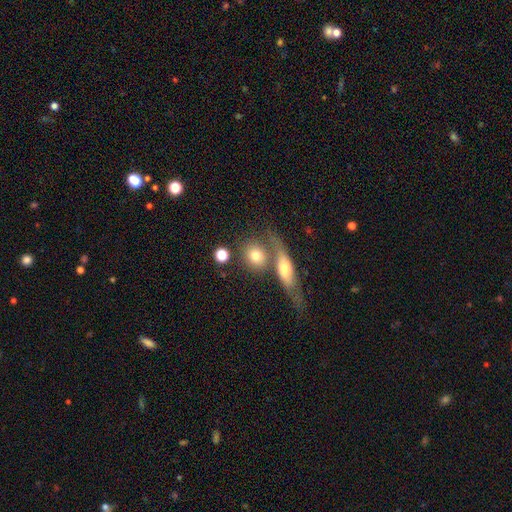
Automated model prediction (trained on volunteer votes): A smooth galaxy with no disk features (75%) that is round (67%). Merging: none (50%).